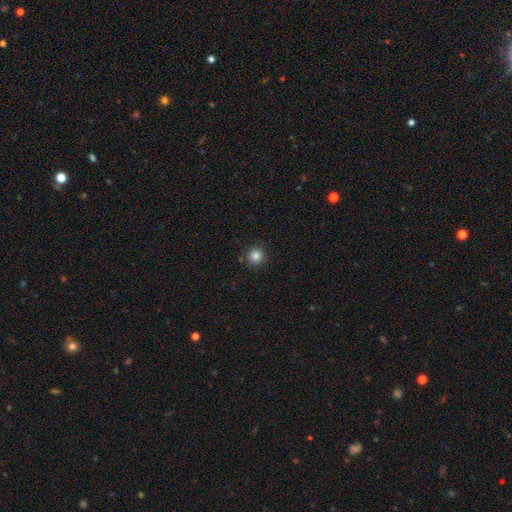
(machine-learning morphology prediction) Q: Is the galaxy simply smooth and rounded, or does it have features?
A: smooth — 84%.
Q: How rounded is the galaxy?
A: round — 94%.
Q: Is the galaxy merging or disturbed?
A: none — 89%.